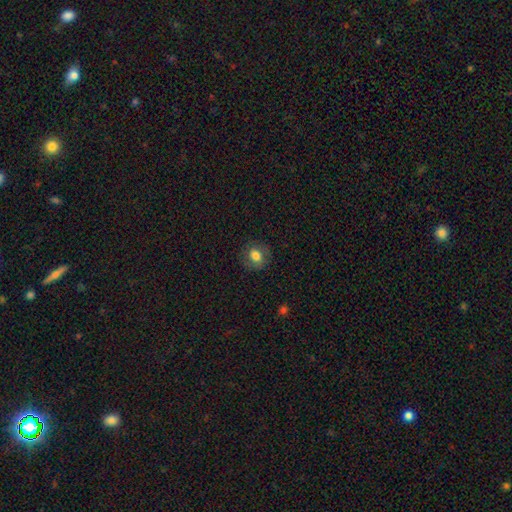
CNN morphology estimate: A smooth galaxy with no disk features (75%) that is round (70%). Merging: none (83%).